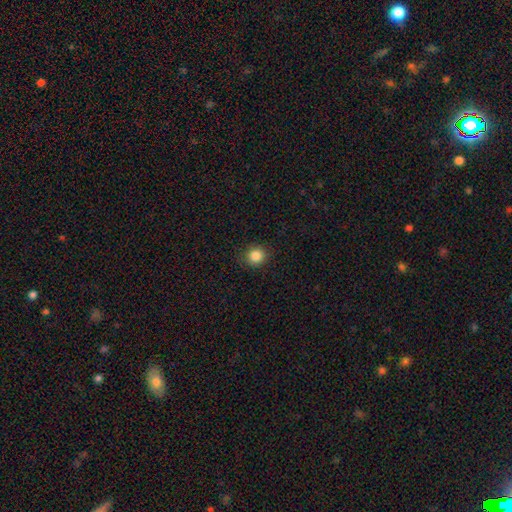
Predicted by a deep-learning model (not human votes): Q: Smooth or featured?
A: smooth (85%); runner-up: star or artifact (11%)
Q: How rounded?
A: round (88%); runner-up: in between (11%)
Q: Merging?
A: none (88%); runner-up: minor disturbance (8%)